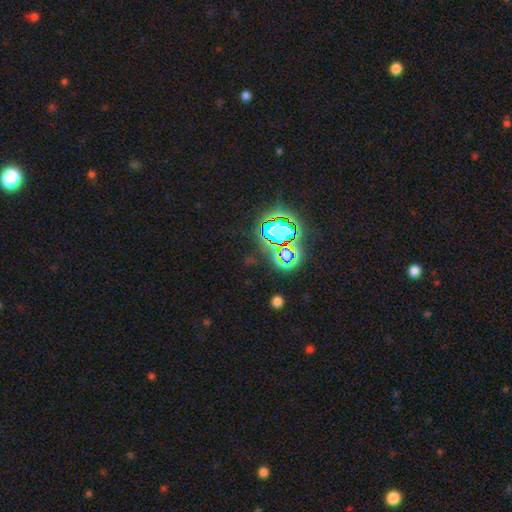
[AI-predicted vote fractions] smooth_or_featured: star or artifact (p=0.77) [alt: smooth p=0.14]